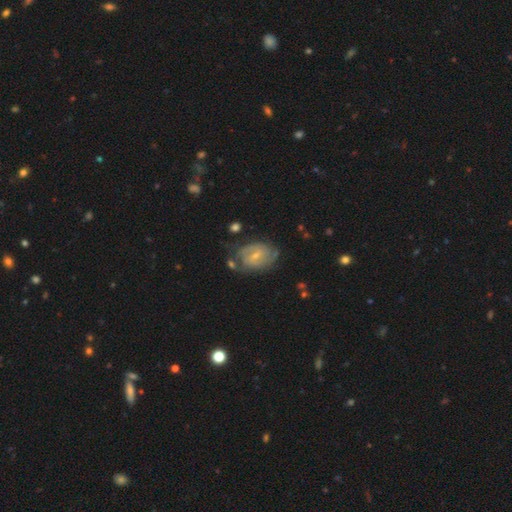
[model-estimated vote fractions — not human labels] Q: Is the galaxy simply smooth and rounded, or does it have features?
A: featured or disk — 73%.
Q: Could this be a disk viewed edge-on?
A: no — 97%.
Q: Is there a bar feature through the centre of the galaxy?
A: weak — 57%.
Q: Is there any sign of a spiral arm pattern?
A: yes — 86%.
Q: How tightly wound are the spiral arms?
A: tight — 48%.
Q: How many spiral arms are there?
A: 2 — 47%.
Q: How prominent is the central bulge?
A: small — 64%.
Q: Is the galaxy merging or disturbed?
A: none — 59%.